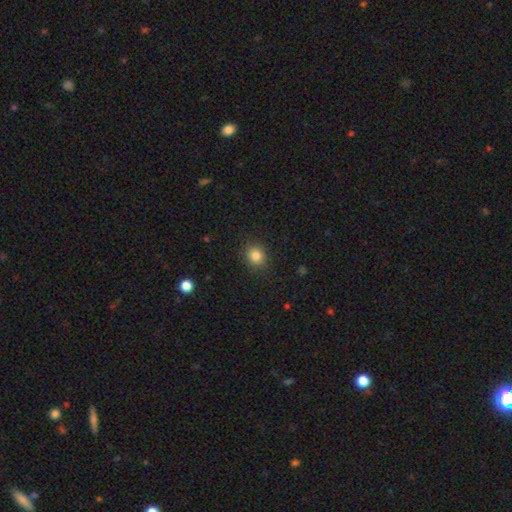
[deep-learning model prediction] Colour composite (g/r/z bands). It shows a smooth galaxy with no disk features (84%) that is round (73%). Merging: none (89%).